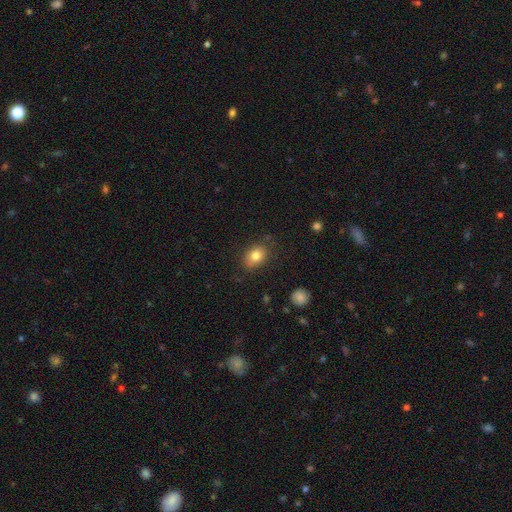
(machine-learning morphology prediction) type=smooth (81%); roundness=in between (70%); merging=none (79%).